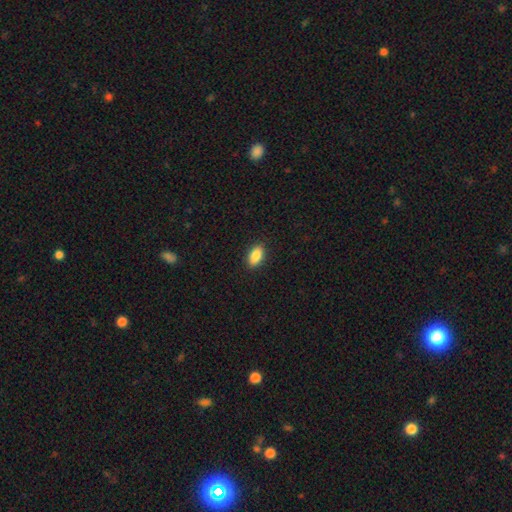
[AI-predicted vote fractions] Smooth or featured?
  - smooth: 87% *
  - star or artifact: 7%
  - featured or disk: 5%
How rounded?
  - in between: 91% *
  - round: 5%
  - cigar-shaped: 5%
Merging?
  - none: 89% *
  - minor disturbance: 8%
  - major disturbance: 2%
  - merger: 1%